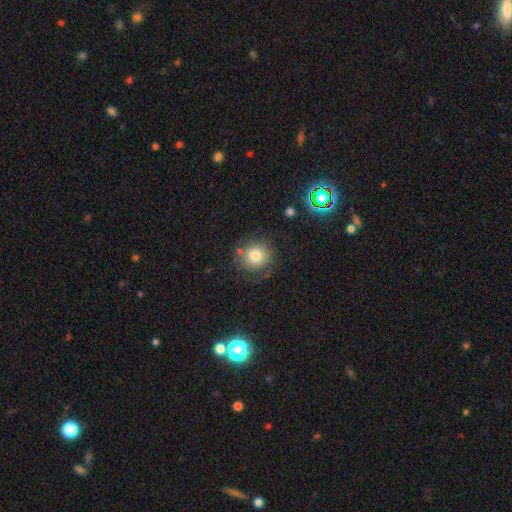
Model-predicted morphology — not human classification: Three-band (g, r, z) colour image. It shows a smooth galaxy with no disk features (68%) that is round (92%). Merging: none (78%).